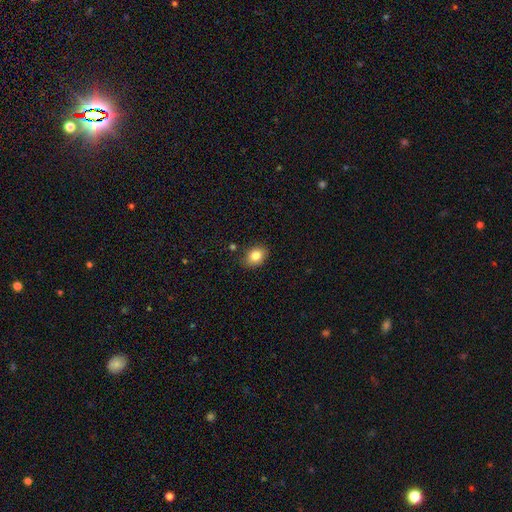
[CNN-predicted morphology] A smooth galaxy with no disk features (84%) that is in between round and cigar-shaped (63%).

Vote fractions:
- Smooth or featured? smooth: 84% / star or artifact: 9% / featured or disk: 7%
- How rounded? in between: 63% / round: 36% / cigar-shaped: 1%
- Merging? none: 84% / minor disturbance: 12% / major disturbance: 3% / merger: 2%